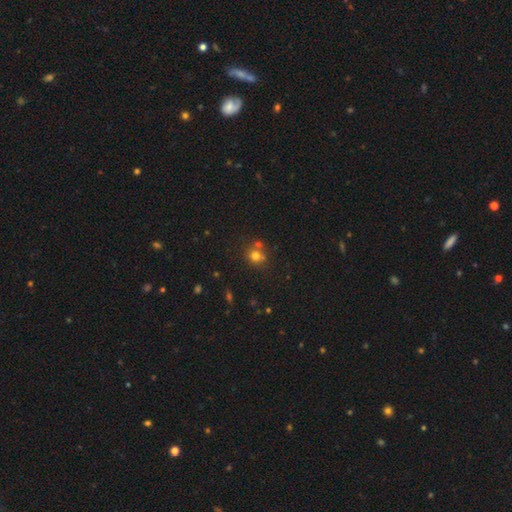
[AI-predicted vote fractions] Morphology: type=smooth (73%); roundness=round (80%); merging=none (56%).